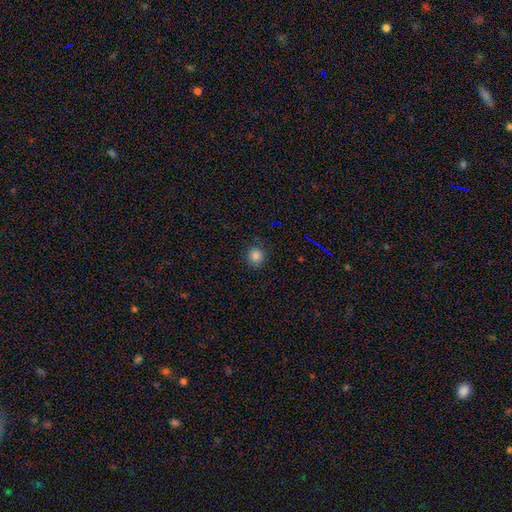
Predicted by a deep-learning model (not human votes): Smooth or featured? smooth (81%)
How rounded? round (91%)
Merging? none (85%)